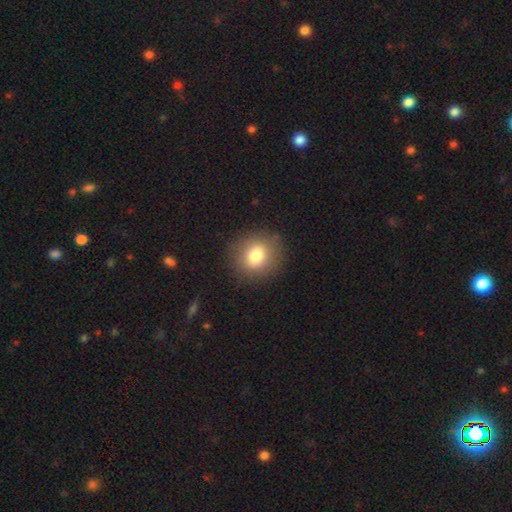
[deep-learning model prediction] Morphology: type=smooth (78%); roundness=round (82%); merging=none (87%).